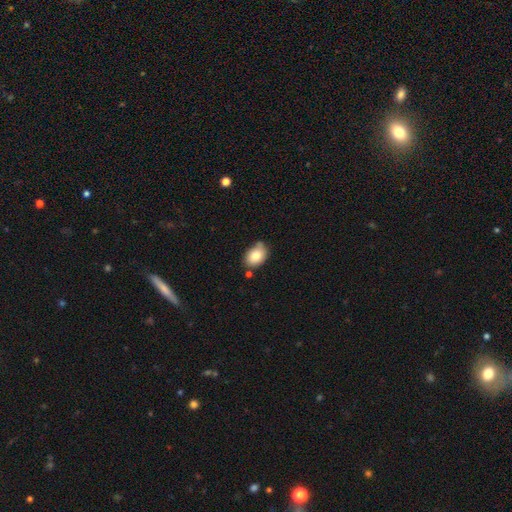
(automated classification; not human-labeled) smooth-or-featured: smooth: 80% | featured or disk: 12% | star or artifact: 8%
  how-rounded: in between: 78% | round: 20% | cigar-shaped: 1%
  merging: none: 60% | minor disturbance: 27% | merger: 8% | major disturbance: 5%